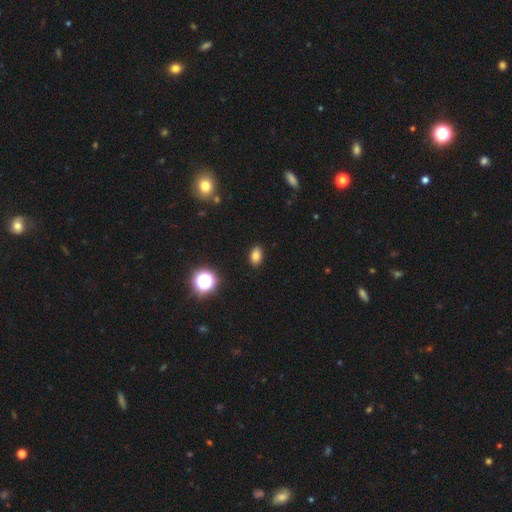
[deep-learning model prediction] Smooth or featured: smooth — 79% (star or artifact — 14%)
How rounded: in between — 83% (round — 15%)
Merging: none — 89% (minor disturbance — 8%)